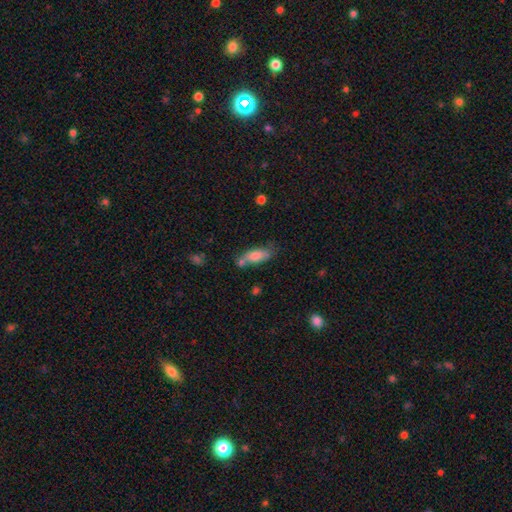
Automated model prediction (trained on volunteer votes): Morphology: type=smooth (78%); roundness=in between (71%); merging=none (51%).